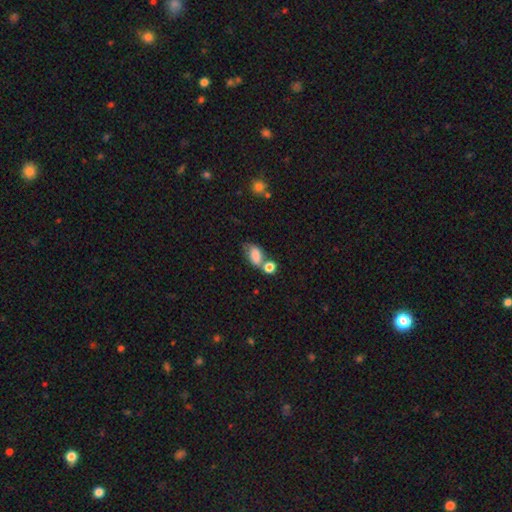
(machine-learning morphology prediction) Smooth or featured?
  - smooth: 79% *
  - featured or disk: 12%
  - star or artifact: 9%
How rounded?
  - in between: 87% *
  - round: 10%
  - cigar-shaped: 2%
Merging?
  - merger: 41% *
  - none: 32%
  - minor disturbance: 17%
  - major disturbance: 9%